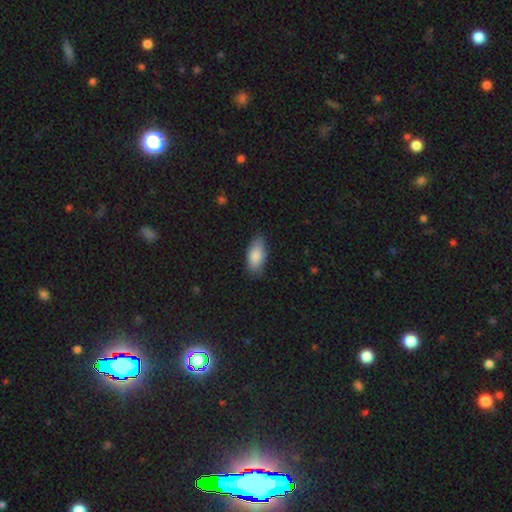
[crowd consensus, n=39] smooth-or-featured: smooth: 92% | star or artifact: 8% | featured or disk: 0%
  how-rounded: in between: 92% | cigar-shaped: 6% | round: 3%
  merging: none: 81% | minor disturbance: 11% | major disturbance: 6% | merger: 3%